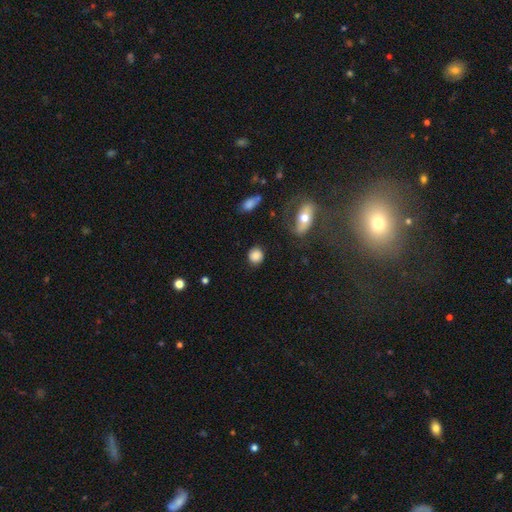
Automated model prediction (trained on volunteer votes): Smooth or featured? Predicted: smooth (p=0.81). How rounded? Predicted: round (p=0.83). Merging? Predicted: none (p=0.83).